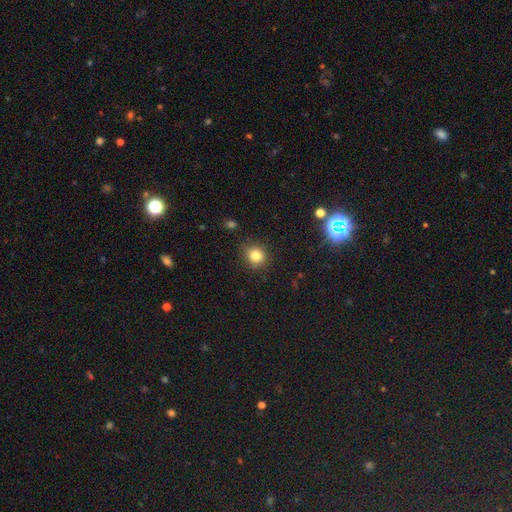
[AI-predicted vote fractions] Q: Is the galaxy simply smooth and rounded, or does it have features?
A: smooth — 82%.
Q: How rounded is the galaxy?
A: round — 80%.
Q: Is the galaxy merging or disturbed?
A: none — 84%.